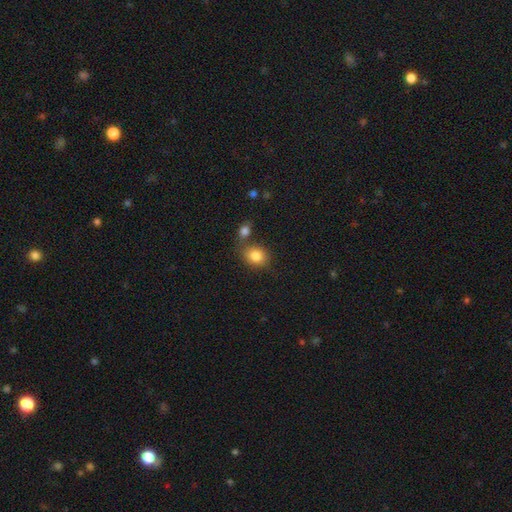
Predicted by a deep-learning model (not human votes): A smooth galaxy with no disk features (84%) that is round (55%).

Vote fractions:
- Smooth or featured? smooth: 84% / star or artifact: 9% / featured or disk: 7%
- How rounded? round: 55% / in between: 44% / cigar-shaped: 1%
- Merging? none: 57% / merger: 25% / minor disturbance: 13% / major disturbance: 4%